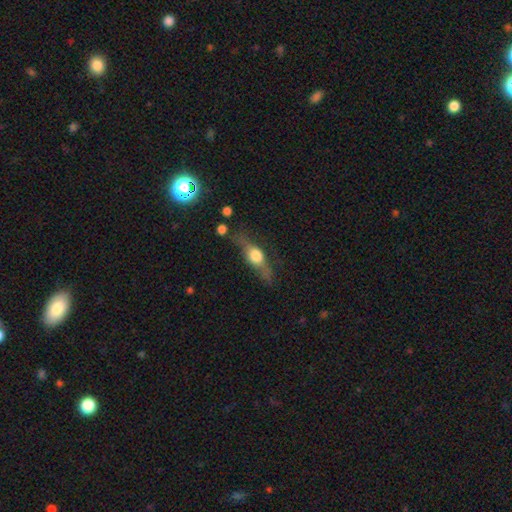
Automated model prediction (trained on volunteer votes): Smooth or featured? Predicted: featured or disk (p=0.51). Edge-on disk? Predicted: yes (p=0.84). Merging? Predicted: none (p=0.63).